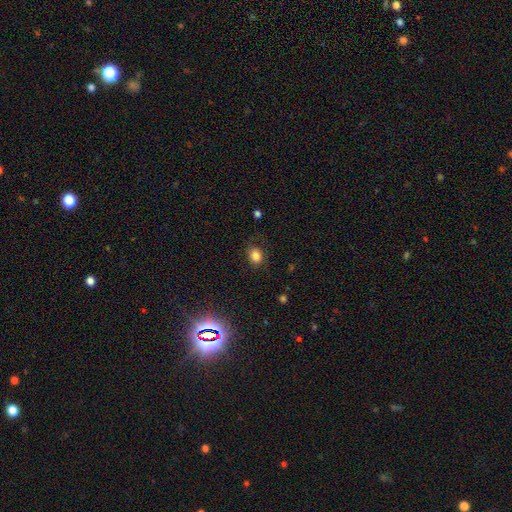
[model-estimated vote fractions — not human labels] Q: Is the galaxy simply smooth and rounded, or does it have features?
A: smooth — 81%.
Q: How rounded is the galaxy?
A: round — 55%.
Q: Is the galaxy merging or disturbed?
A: none — 78%.